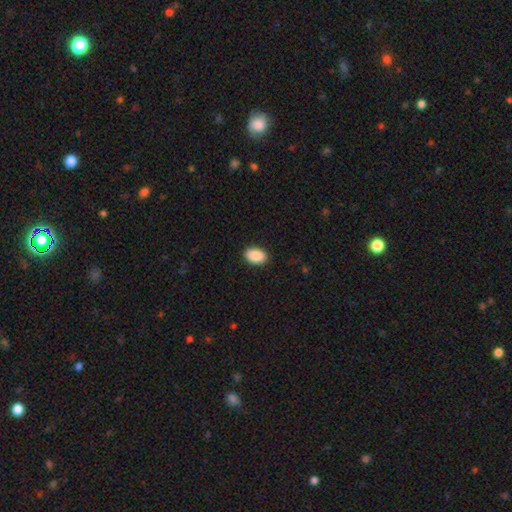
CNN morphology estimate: Q: Smooth or featured?
A: smooth (91%); runner-up: star or artifact (7%)
Q: How rounded?
A: in between (91%); runner-up: round (8%)
Q: Merging?
A: none (90%); runner-up: minor disturbance (8%)